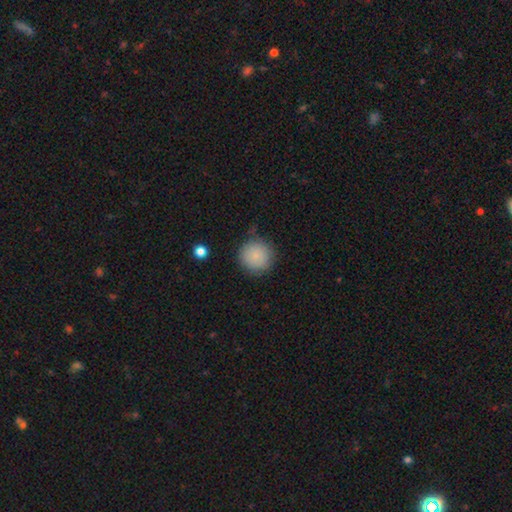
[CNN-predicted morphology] Smooth or featured?
  - smooth: 86% *
  - star or artifact: 8%
  - featured or disk: 6%
How rounded?
  - round: 94% *
  - in between: 5%
  - cigar-shaped: 1%
Merging?
  - none: 78% *
  - minor disturbance: 15%
  - major disturbance: 4%
  - merger: 2%